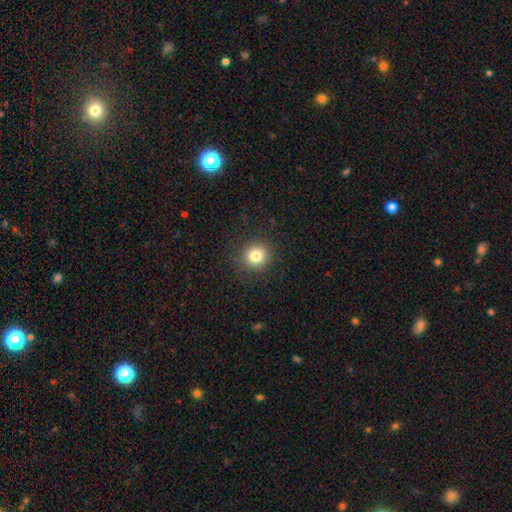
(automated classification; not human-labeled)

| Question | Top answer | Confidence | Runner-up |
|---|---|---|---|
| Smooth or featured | smooth | 82% | star or artifact (12%) |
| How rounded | round | 93% | in between (6%) |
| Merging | none | 89% | minor disturbance (7%) |